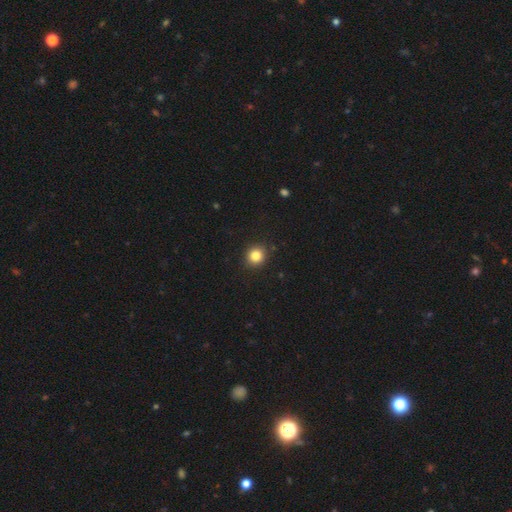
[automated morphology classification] Smooth or featured: smooth — 83% (star or artifact — 11%)
How rounded: round — 89% (in between — 10%)
Merging: none — 91% (minor disturbance — 6%)